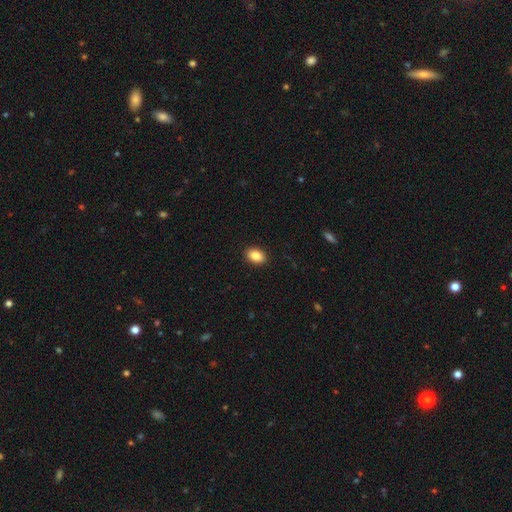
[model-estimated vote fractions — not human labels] smooth_or_featured: smooth (p=0.87) [alt: star or artifact p=0.08]
how_rounded: in between (p=0.83) [alt: round p=0.15]
merging: none (p=0.91) [alt: minor disturbance p=0.07]